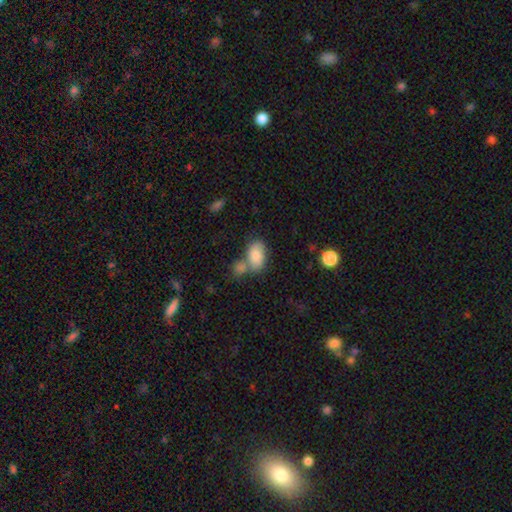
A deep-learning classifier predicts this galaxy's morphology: Overall: smooth (81%). How rounded: in between (90%). Merging: none (45%; merger 36%).